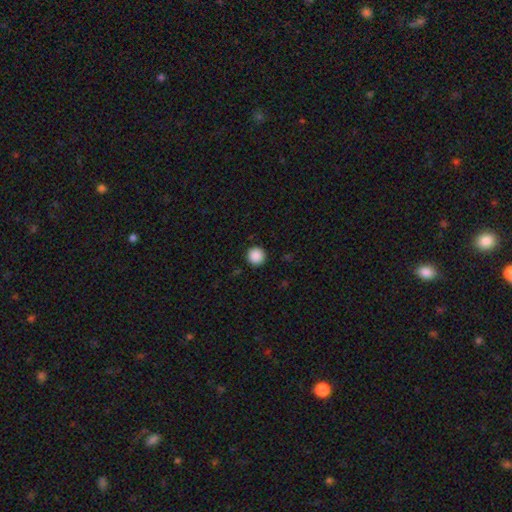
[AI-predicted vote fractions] This is clearly a smooth galaxy (89%). How rounded: clearly round (96%). Merging: clearly none (93%).